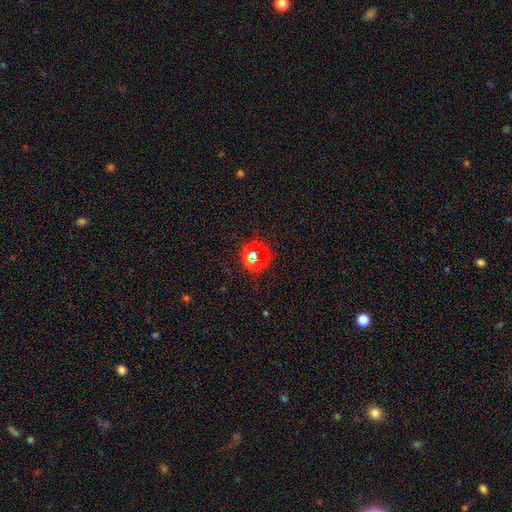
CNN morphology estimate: smooth_or_featured: star or artifact (p=0.66) [alt: smooth p=0.25]